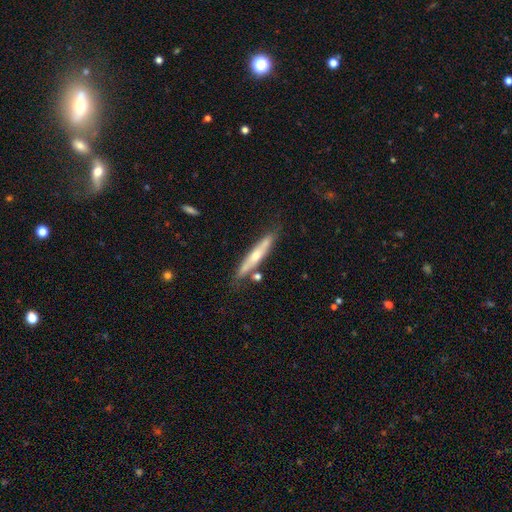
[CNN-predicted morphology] smooth_or_featured: featured or disk (p=0.53) [alt: smooth p=0.41]
disk_edge_on: yes (p=0.87) [alt: no p=0.13]
merging: none (p=0.75) [alt: minor disturbance p=0.16]